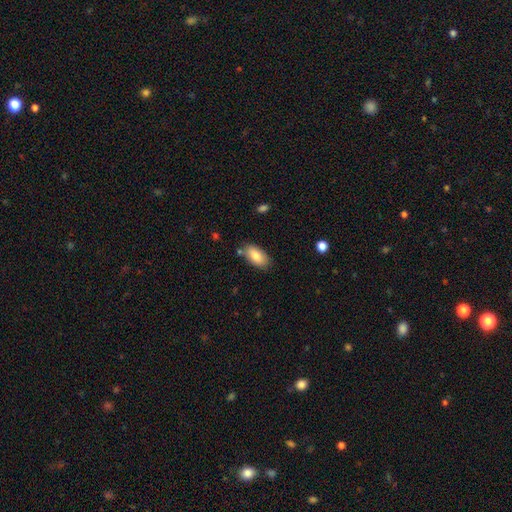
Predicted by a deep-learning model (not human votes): Smooth or featured? Predicted: smooth (p=0.82). How rounded? Predicted: in between (p=0.93). Merging? Predicted: none (p=0.76).